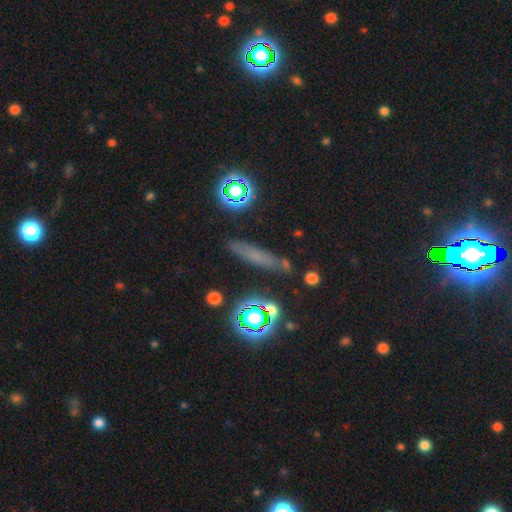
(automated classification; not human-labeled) This is possibly a smooth galaxy (49%). Merging: clearly none (81%).